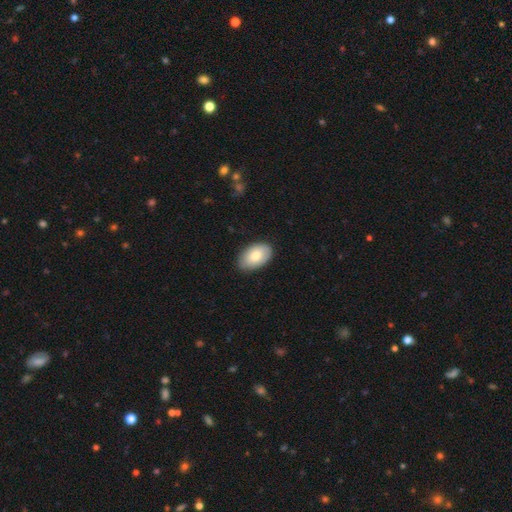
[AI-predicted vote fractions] smooth 78%, featured or disk 16%, star or artifact 6%. Down the decision tree: how rounded — in between (93%); merging — none (83%).